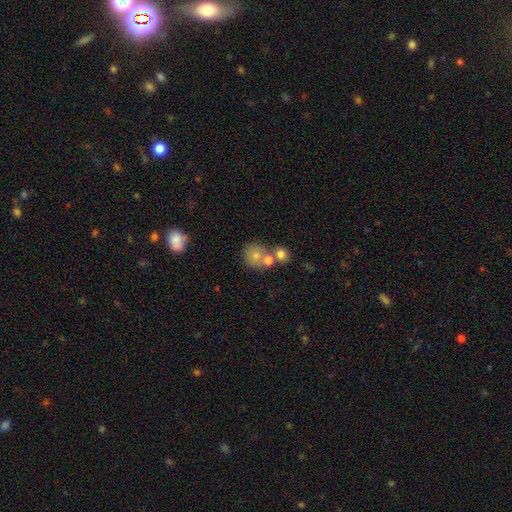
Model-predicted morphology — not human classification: smooth-or-featured: smooth: 69% | featured or disk: 19% | star or artifact: 12%
  how-rounded: round: 78% | in between: 21% | cigar-shaped: 1%
  merging: none: 44% | merger: 43% | minor disturbance: 9% | major disturbance: 4%